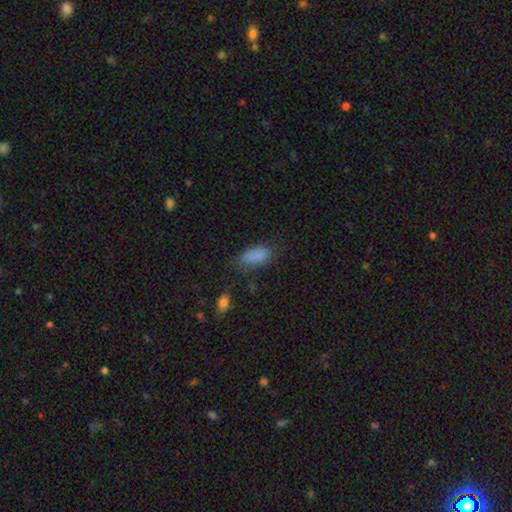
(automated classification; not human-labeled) Q: Smooth or featured?
A: smooth (85%); runner-up: star or artifact (9%)
Q: How rounded?
A: in between (87%); runner-up: cigar-shaped (10%)
Q: Merging?
A: none (67%); runner-up: minor disturbance (23%)